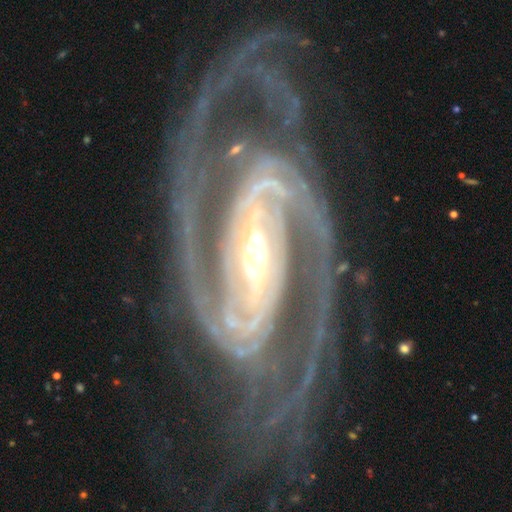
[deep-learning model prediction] Smooth or featured? featured or disk (93%)
Edge-on disk? no (97%)
Bar? strong (57%)
Spiral arms? yes (98%)
Spiral winding? medium (44%)
Spiral arm count? 2 (63%)
Bulge size? small (48%)
Merging? none (61%)